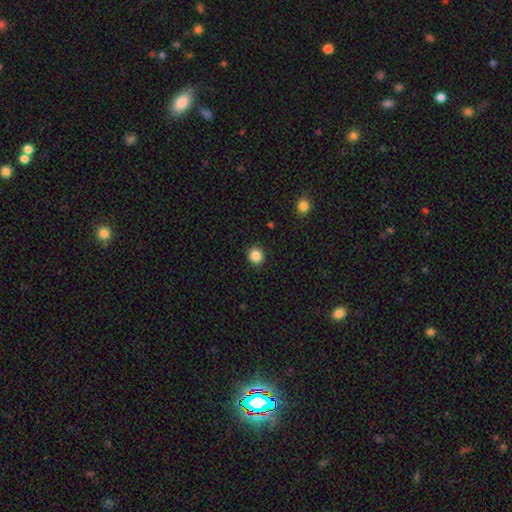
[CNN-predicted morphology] Overall: smooth (85%). How rounded: round (87%). Merging: none (91%).